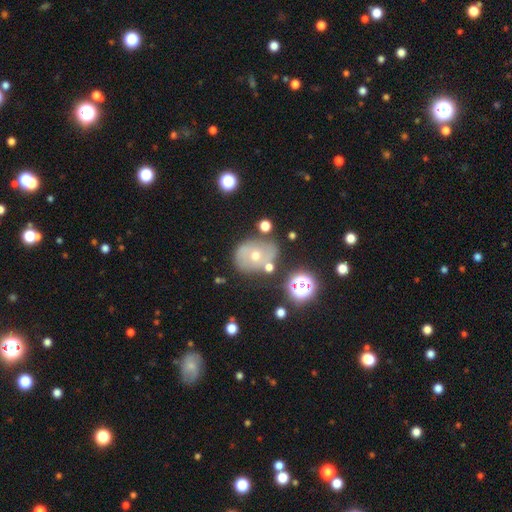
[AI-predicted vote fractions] Morphology: type=smooth (45%); merging=none (64%).